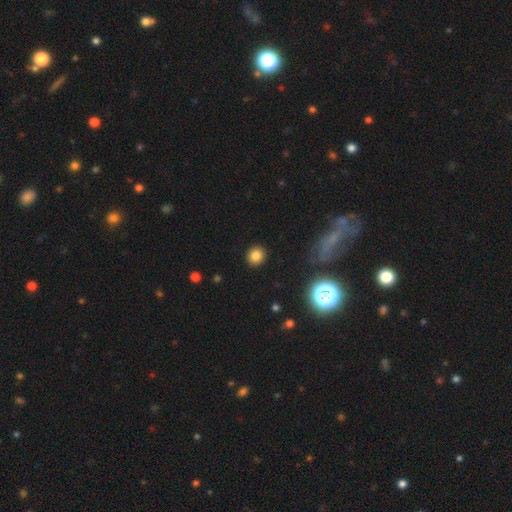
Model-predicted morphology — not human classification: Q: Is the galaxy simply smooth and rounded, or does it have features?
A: smooth — 82%.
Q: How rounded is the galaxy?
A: round — 88%.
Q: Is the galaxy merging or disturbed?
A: none — 92%.